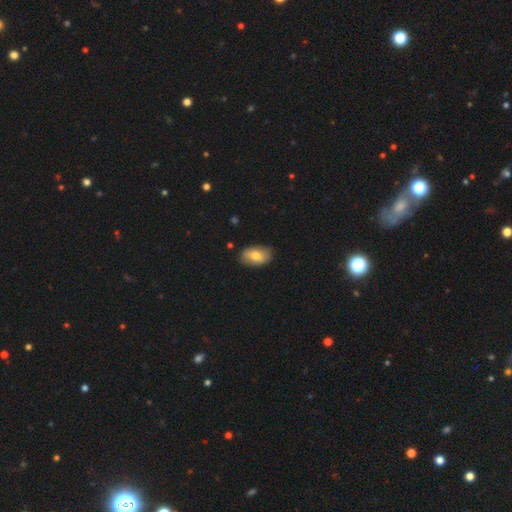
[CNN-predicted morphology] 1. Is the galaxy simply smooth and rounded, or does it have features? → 71% smooth, 23% featured or disk, 6% star or artifact.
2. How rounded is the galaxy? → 91% in between, 7% round, 2% cigar-shaped.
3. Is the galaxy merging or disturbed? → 82% none, 14% minor disturbance, 3% major disturbance, 1% merger.